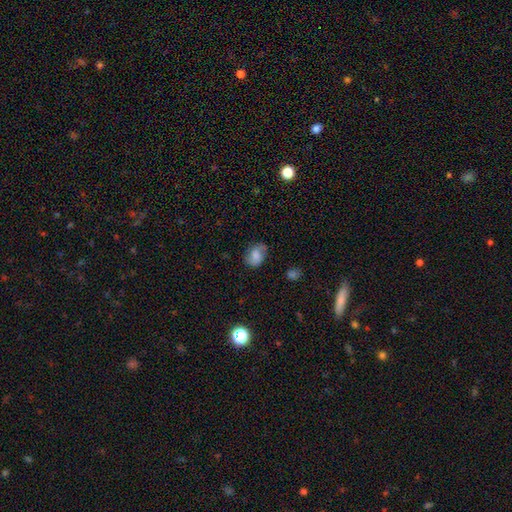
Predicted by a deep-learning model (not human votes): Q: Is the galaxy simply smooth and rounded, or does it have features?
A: smooth — 59%.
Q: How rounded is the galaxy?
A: in between — 71%.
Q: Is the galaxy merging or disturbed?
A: none — 68%.